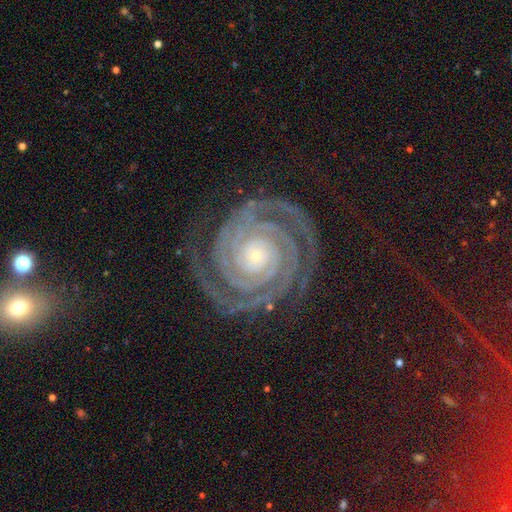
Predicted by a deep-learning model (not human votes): Morphology: type=featured or disk (93%); edge-on=no (98%); bar=no (78%); spiral arms=yes (99%); winding=tight (89%); arm count=2 (71%); bulge=small (83%); merging=none (83%).